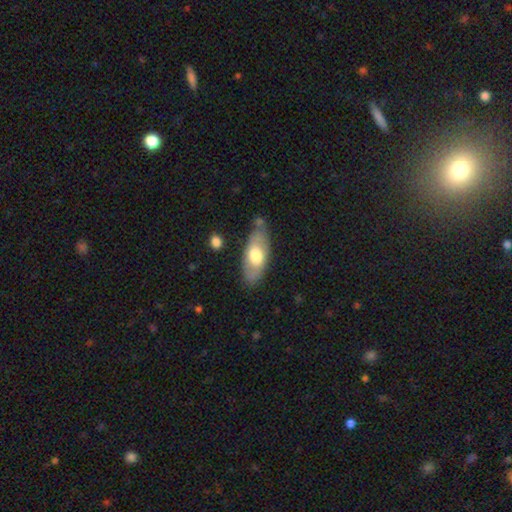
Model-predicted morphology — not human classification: smooth_or_featured: smooth (p=0.59) [alt: featured or disk p=0.36]
how_rounded: in between (p=0.84) [alt: cigar-shaped p=0.13]
merging: none (p=0.70) [alt: minor disturbance p=0.21]